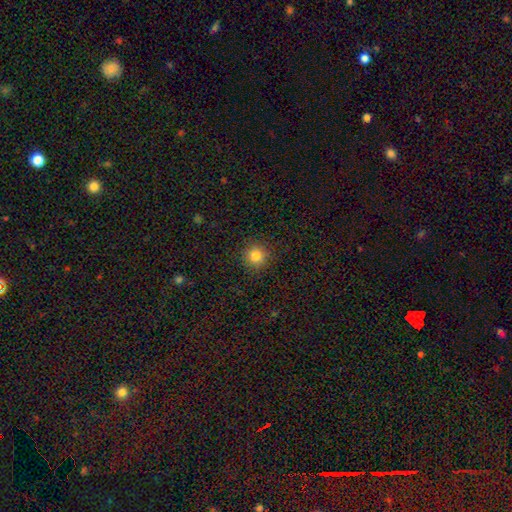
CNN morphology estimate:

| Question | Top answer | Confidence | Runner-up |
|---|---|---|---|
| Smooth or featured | smooth | 82% | star or artifact (13%) |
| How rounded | round | 94% | in between (5%) |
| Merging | none | 91% | minor disturbance (6%) |